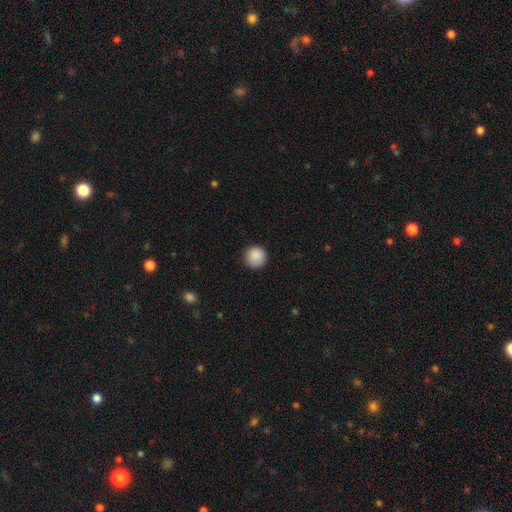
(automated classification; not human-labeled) The model was most divided on "smooth or featured": smooth: 88%, star or artifact: 8%, featured or disk: 3%. More confident: how rounded — round (96%); merging — none (89%).